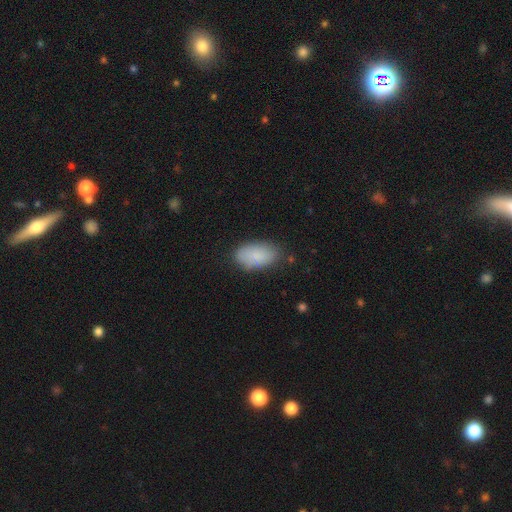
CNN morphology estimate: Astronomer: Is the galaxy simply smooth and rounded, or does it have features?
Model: smooth — 86%.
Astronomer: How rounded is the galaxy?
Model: in between — 94%.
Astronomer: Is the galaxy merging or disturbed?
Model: none — 76%.